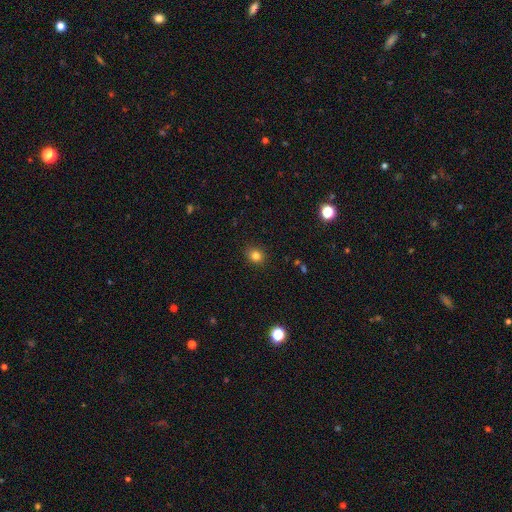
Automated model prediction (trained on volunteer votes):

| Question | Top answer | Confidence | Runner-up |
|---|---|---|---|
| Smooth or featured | smooth | 82% | star or artifact (13%) |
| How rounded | round | 77% | in between (22%) |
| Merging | none | 89% | minor disturbance (8%) |